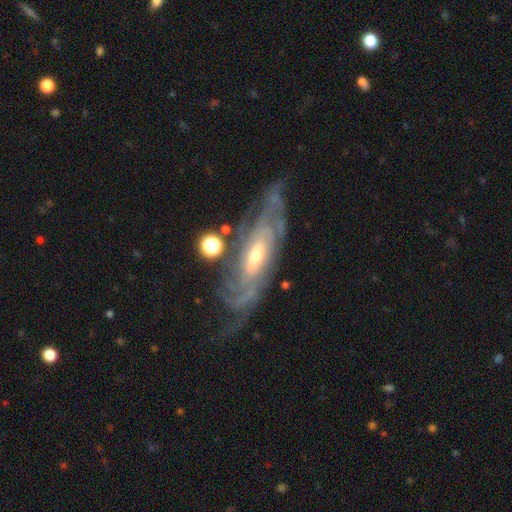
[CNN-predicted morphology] A featured or disk galaxy (88%) with no bar (46%), tight (67%) spiral arms (96%) and a moderate central bulge (48%). Merging: none (68%).